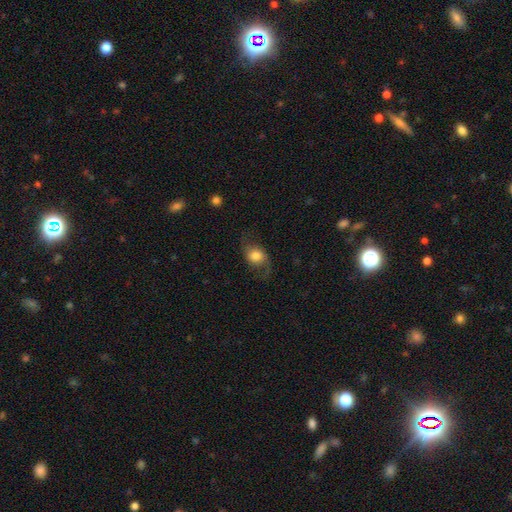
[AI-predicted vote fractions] Q: Smooth or featured?
A: smooth (50%); runner-up: featured or disk (41%)
Q: How rounded?
A: round (52%); runner-up: in between (46%)
Q: Merging?
A: none (63%); runner-up: minor disturbance (20%)